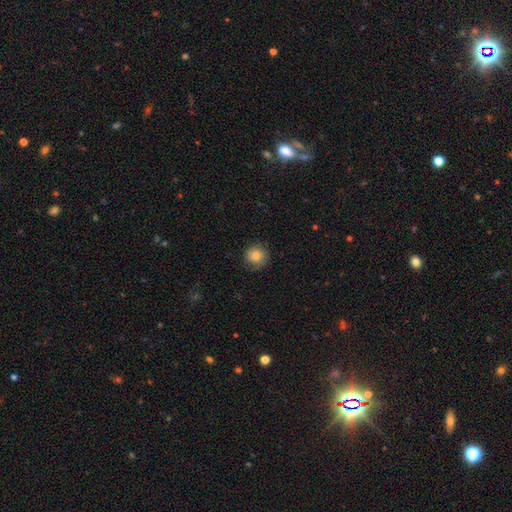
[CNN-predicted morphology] Q: Smooth or featured?
A: smooth (80%); runner-up: featured or disk (11%)
Q: How rounded?
A: round (92%); runner-up: in between (8%)
Q: Merging?
A: none (80%); runner-up: minor disturbance (15%)